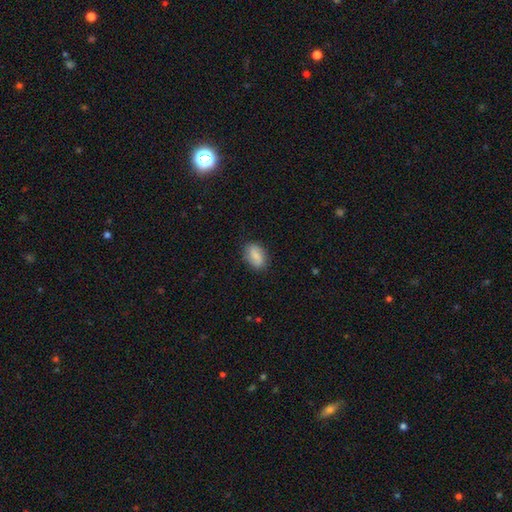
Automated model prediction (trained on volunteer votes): Overall: smooth (79%). How rounded: in between (86%). Merging: none (82%).